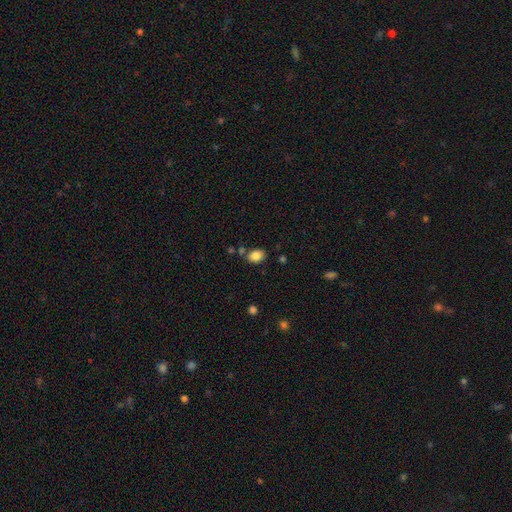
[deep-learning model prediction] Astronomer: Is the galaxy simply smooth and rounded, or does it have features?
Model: smooth — 86%.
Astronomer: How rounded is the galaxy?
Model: in between — 70%.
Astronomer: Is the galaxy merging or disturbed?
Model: none — 75%.